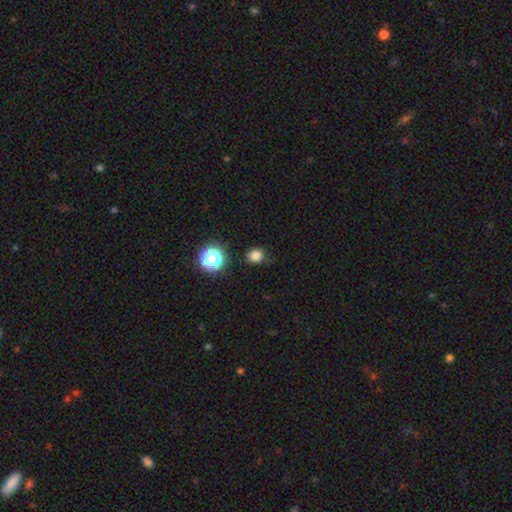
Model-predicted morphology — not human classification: A smooth galaxy with no disk features (79%) that is round (76%).

Vote fractions:
- Smooth or featured? smooth: 79% / star or artifact: 16% / featured or disk: 5%
- How rounded? round: 76% / in between: 23% / cigar-shaped: 1%
- Merging? none: 80% / minor disturbance: 14% / major disturbance: 3% / merger: 2%